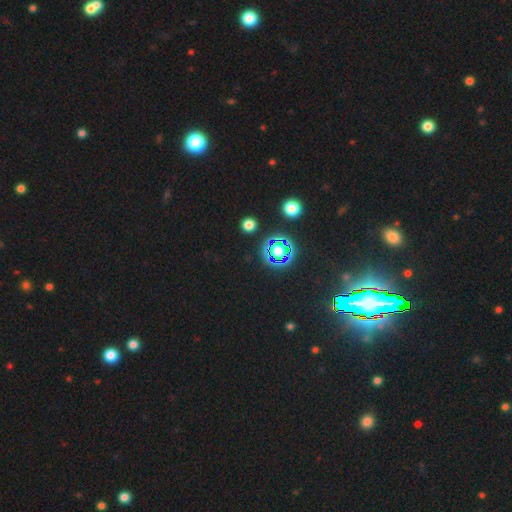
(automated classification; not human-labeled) This appears to be a star or artifact, not a galaxy (83%).